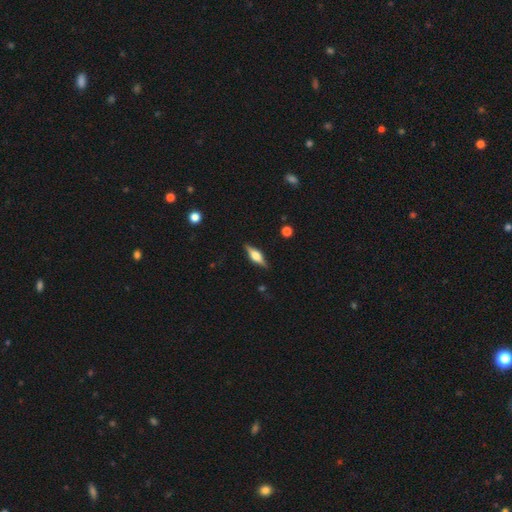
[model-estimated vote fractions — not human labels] This is likely a featured or disk galaxy (66%). It is clearly viewed edge-on (96%). Edge-on bulge: clearly rounded (88%). Merging: clearly none (87%).